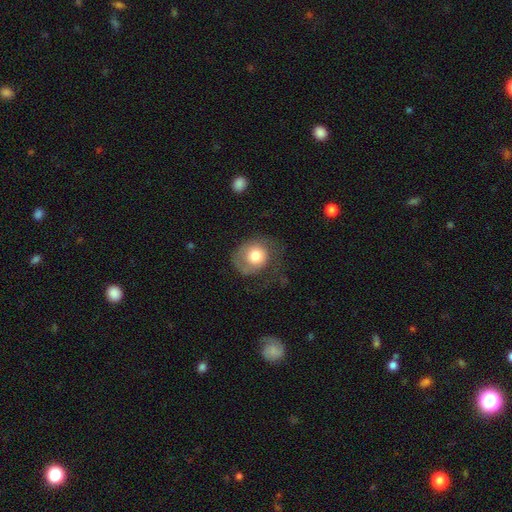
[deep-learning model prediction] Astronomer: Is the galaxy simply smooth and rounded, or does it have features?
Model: smooth — 61%.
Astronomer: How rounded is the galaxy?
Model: round — 76%.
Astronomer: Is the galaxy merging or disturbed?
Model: none — 45% (runner-up: major disturbance, 30%).